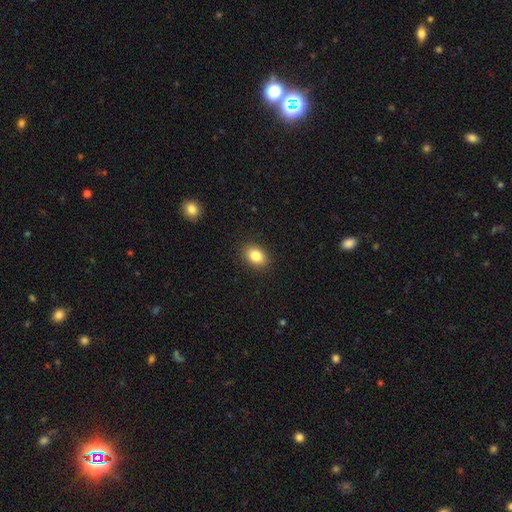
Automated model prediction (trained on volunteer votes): smooth_or_featured: smooth (p=0.85) [alt: star or artifact p=0.09]
how_rounded: in between (p=0.80) [alt: round p=0.19]
merging: none (p=0.89) [alt: minor disturbance p=0.08]